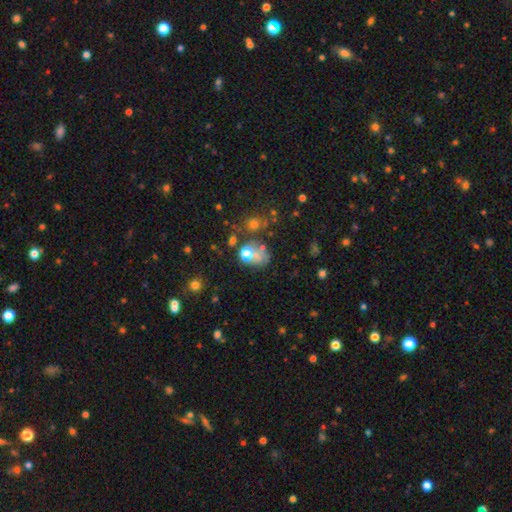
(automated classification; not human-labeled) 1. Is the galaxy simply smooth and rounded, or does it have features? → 59% smooth, 21% featured or disk, 20% star or artifact.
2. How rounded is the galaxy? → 51% round, 48% in between, 1% cigar-shaped.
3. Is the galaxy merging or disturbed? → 34% none, 31% merger, 18% major disturbance, 17% minor disturbance.